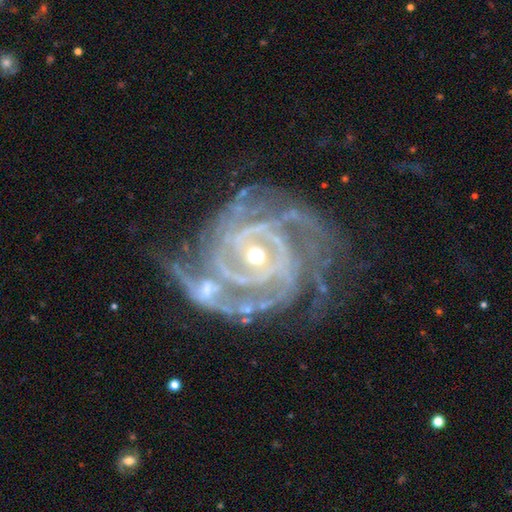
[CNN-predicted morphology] featured or disk 92%, star or artifact 5%, smooth 2%. Down the decision tree: edge-on disk — no (97%); bar — weak (37%); spiral arms — yes (99%); spiral arm count — 3 (27%); spiral winding — tight (77%); bulge size — small (56%); merging — none (54%).